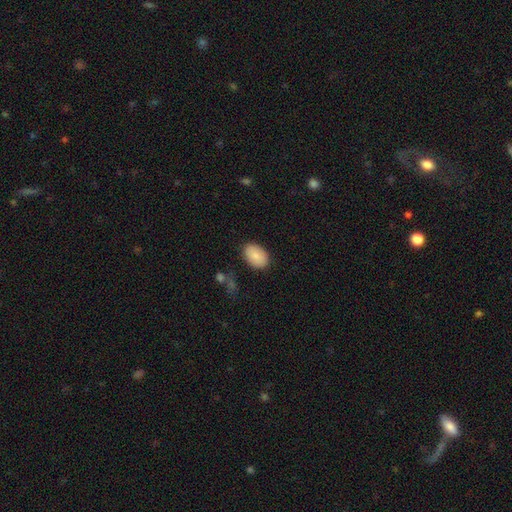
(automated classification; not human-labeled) Overall: smooth (86%). How rounded: in between (89%). Merging: none (85%).